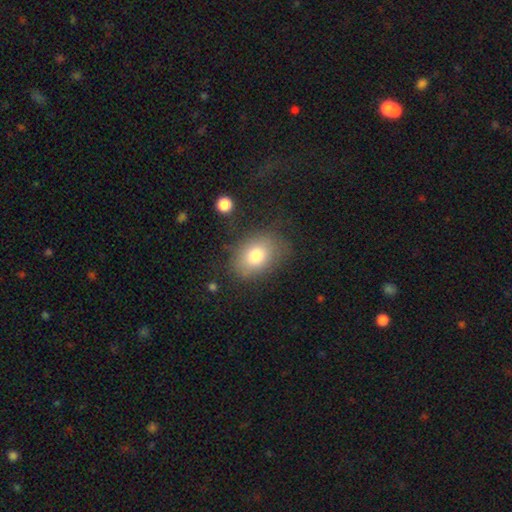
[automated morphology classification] A smooth galaxy with no disk features (77%) that is in between round and cigar-shaped (71%).

Vote fractions:
- Smooth or featured? smooth: 77% / featured or disk: 13% / star or artifact: 10%
- How rounded? in between: 71% / round: 28% / cigar-shaped: 1%
- Merging? none: 72% / minor disturbance: 17% / major disturbance: 8% / merger: 2%